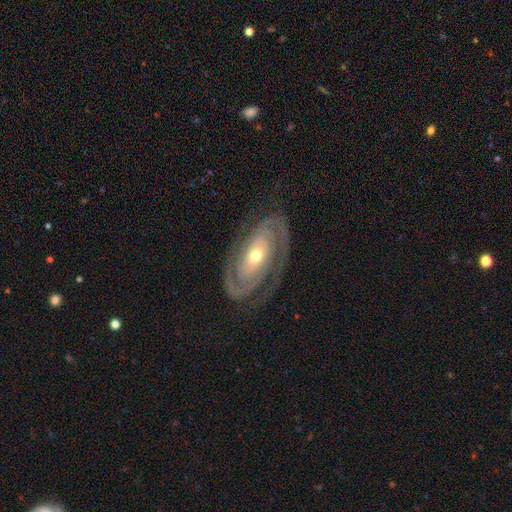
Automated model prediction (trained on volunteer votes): The model was most divided on "bulge size": moderate: 56%, small: 40%, large: 3%, dominant: 1%, none: 1%. More confident: spiral arms — yes (97%); edge-on disk — no (96%); smooth or featured — featured or disk (92%); spiral arm count — 2 (89%); merging — none (82%); spiral winding — tight (73%); bar — no (61%).